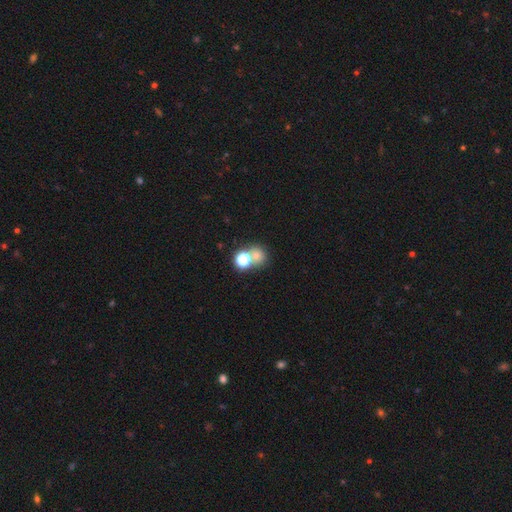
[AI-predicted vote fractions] smooth_or_featured: smooth (p=0.65) [alt: star or artifact p=0.25]
how_rounded: round (p=0.77) [alt: in between p=0.22]
merging: none (p=0.50) [alt: merger p=0.38]